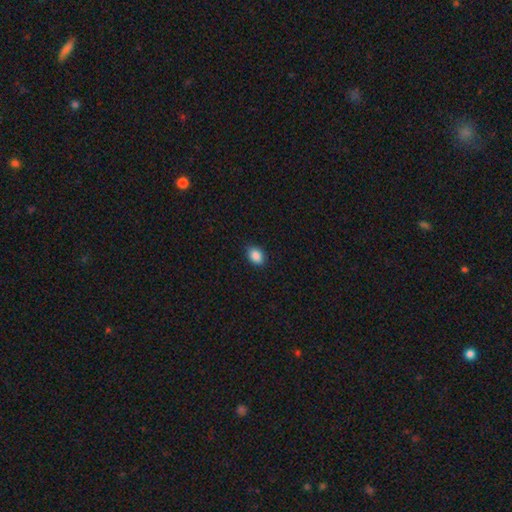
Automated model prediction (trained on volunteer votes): This appears to be a smooth galaxy with no disk features (88%) that is in between round and cigar-shaped (77%). Merging: none (87%).